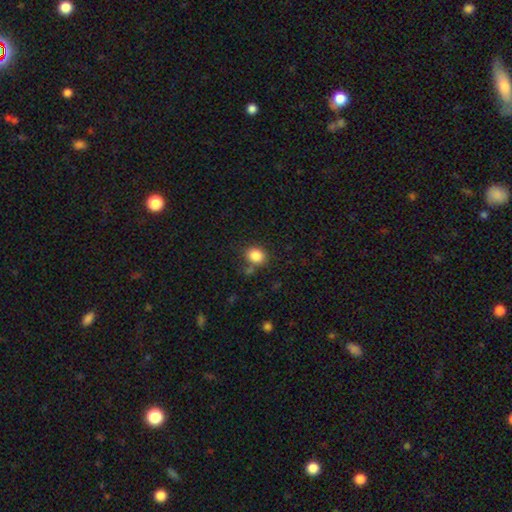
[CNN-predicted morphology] smooth 85%, star or artifact 10%, featured or disk 5%. Down the decision tree: how rounded — round (65%); merging — none (76%).